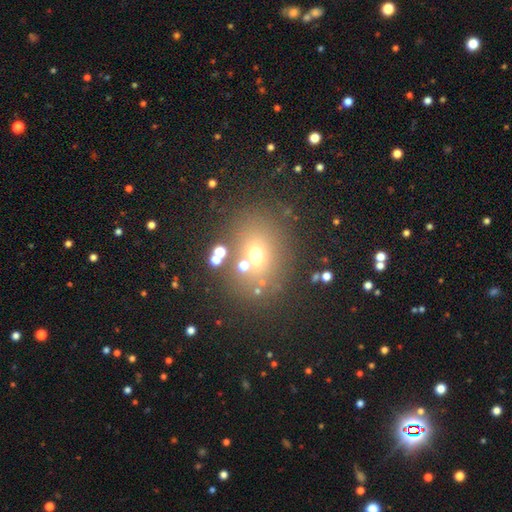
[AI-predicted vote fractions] Smooth or featured: smooth — 60% (star or artifact — 25%)
How rounded: round — 59% (in between — 40%)
Merging: none — 69% (merger — 13%)